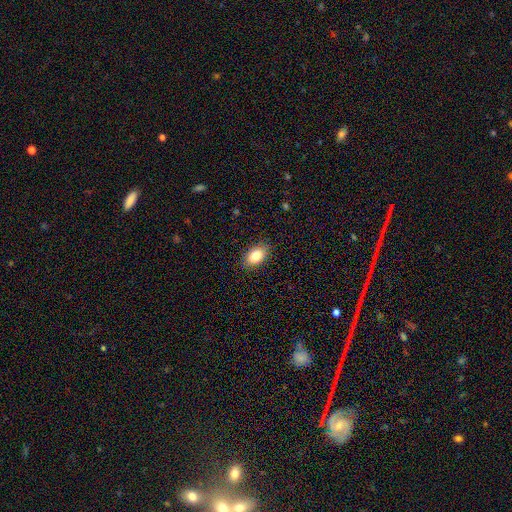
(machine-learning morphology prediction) A smooth galaxy with no disk features (84%) that is in between round and cigar-shaped (90%).

Vote fractions:
- Smooth or featured? smooth: 84% / featured or disk: 8% / star or artifact: 8%
- How rounded? in between: 90% / round: 8% / cigar-shaped: 2%
- Merging? none: 87% / minor disturbance: 10% / major disturbance: 2% / merger: 1%